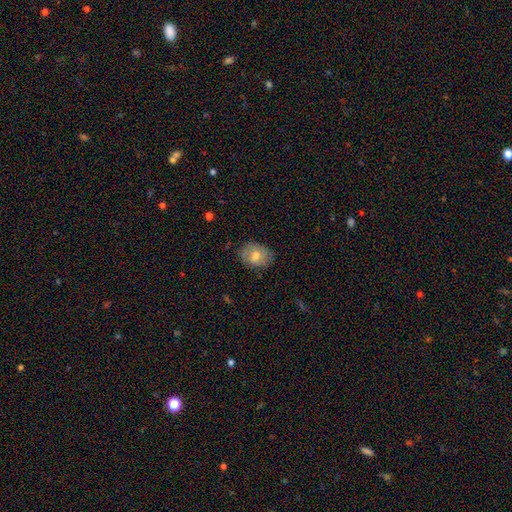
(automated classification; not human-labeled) Smooth or featured: smooth — 61% (featured or disk — 31%)
How rounded: in between — 58% (round — 40%)
Merging: none — 77% (minor disturbance — 18%)